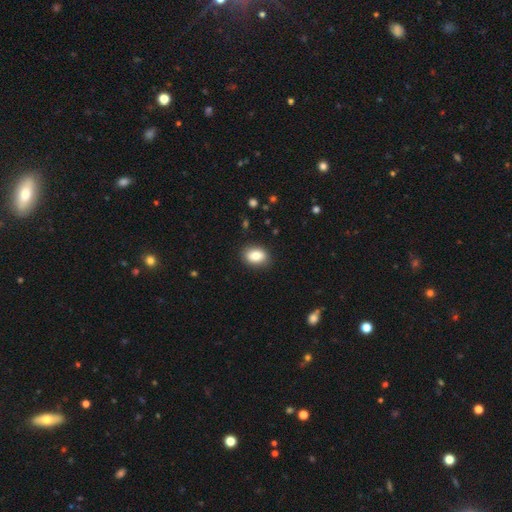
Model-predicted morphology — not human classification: Smooth or featured? Predicted: smooth (p=0.84). How rounded? Predicted: in between (p=0.76). Merging? Predicted: none (p=0.88).